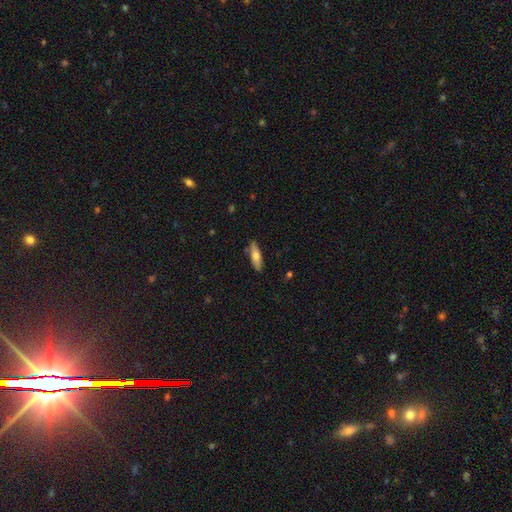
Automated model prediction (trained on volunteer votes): Morphology: type=smooth (67%); roundness=cigar-shaped (55%); merging=none (83%).